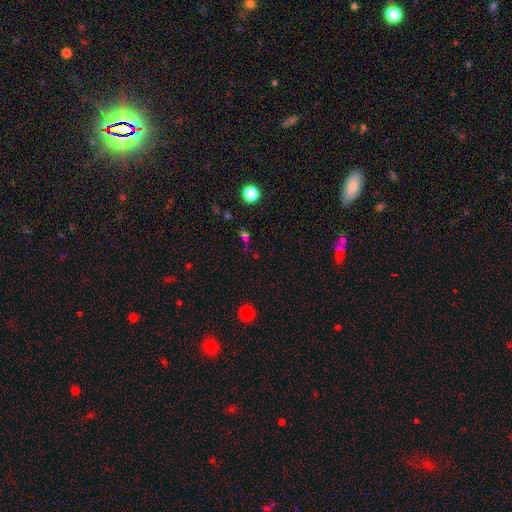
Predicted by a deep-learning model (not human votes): A smooth galaxy with no disk features (49%). Merging: none (69%).